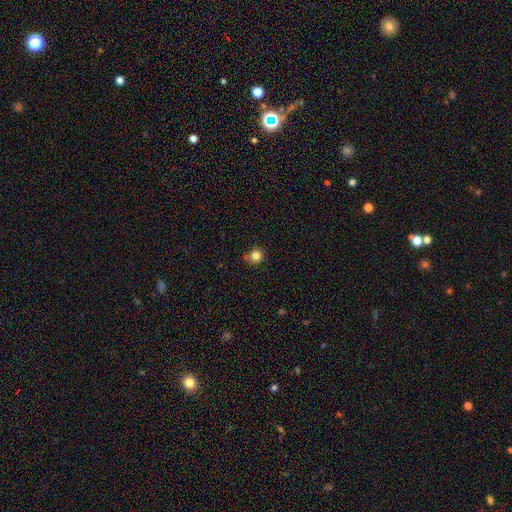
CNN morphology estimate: Smooth or featured? smooth (83%)
How rounded? round (90%)
Merging? none (80%)